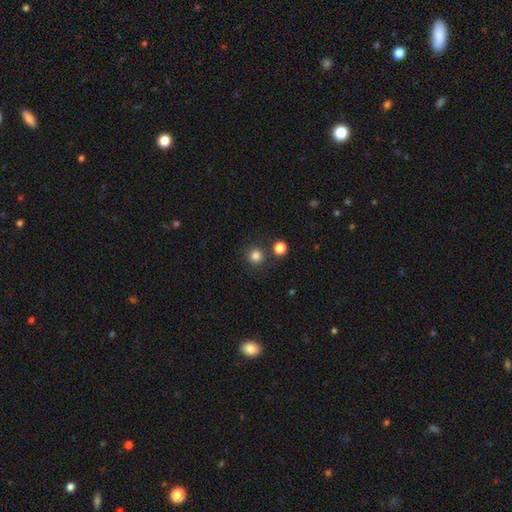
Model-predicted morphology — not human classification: smooth-or-featured: smooth: 83% | star or artifact: 13% | featured or disk: 4%
  how-rounded: round: 94% | in between: 6% | cigar-shaped: 1%
  merging: none: 81% | merger: 9% | minor disturbance: 7% | major disturbance: 3%